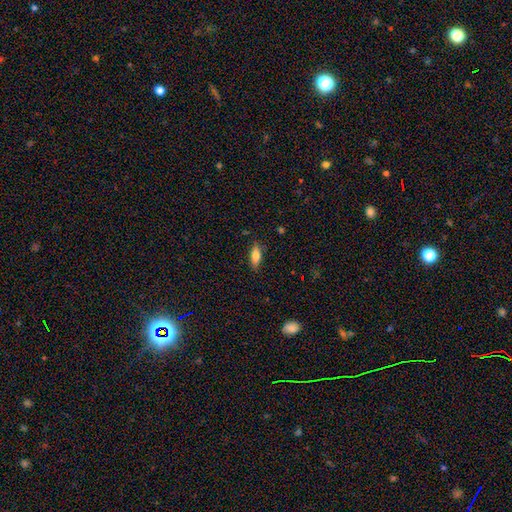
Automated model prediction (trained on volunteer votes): This appears to be a smooth galaxy with no disk features (70%) that is in between round and cigar-shaped (63%). Merging: none (85%).